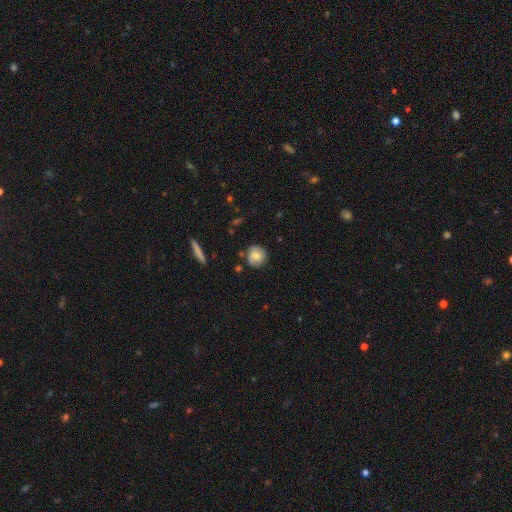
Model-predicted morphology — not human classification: This appears to be a smooth galaxy with no disk features (74%) that is round (89%). Merging: none (78%).